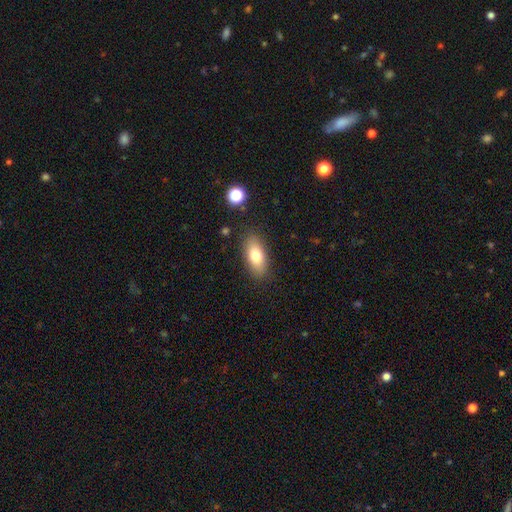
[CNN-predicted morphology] Smooth or featured? Predicted: smooth (p=0.76). How rounded? Predicted: in between (p=0.86). Merging? Predicted: none (p=0.85).